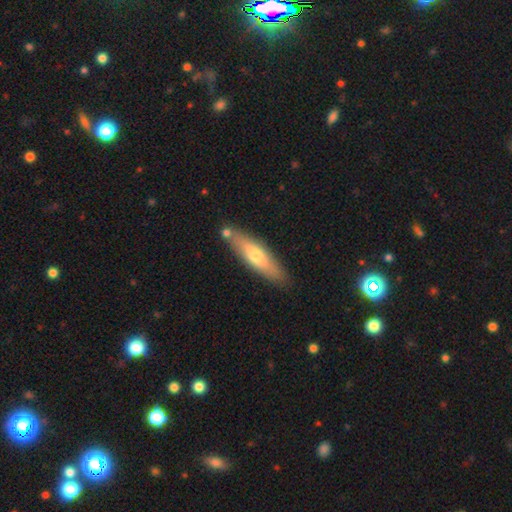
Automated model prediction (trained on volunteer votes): Smooth or featured? smooth (55%)
How rounded? cigar-shaped (70%)
Merging? none (81%)